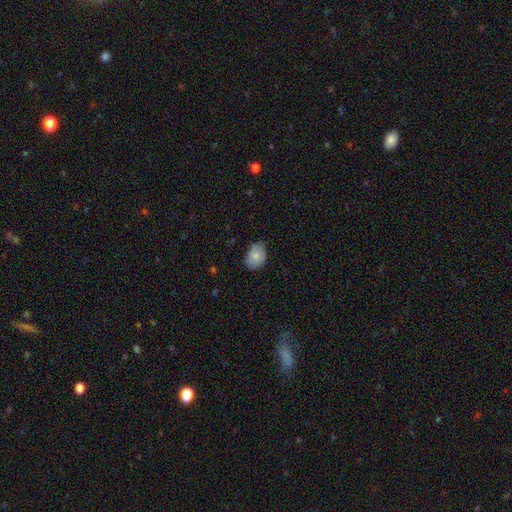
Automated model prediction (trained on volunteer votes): Smooth or featured?
  - smooth: 79% *
  - featured or disk: 14%
  - star or artifact: 7%
How rounded?
  - in between: 74% *
  - round: 25%
  - cigar-shaped: 1%
Merging?
  - none: 72% *
  - minor disturbance: 24%
  - major disturbance: 3%
  - merger: 1%